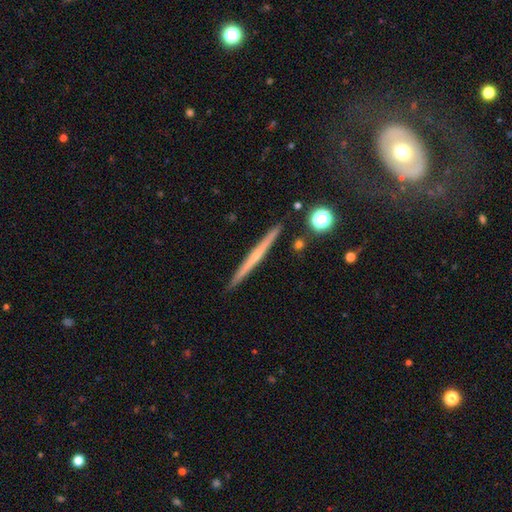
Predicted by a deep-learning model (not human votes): Overall: featured or disk (58%; smooth 35%). Edge-on disk: yes (98%). Edge-on bulge: none (75%). Merging: none (92%).